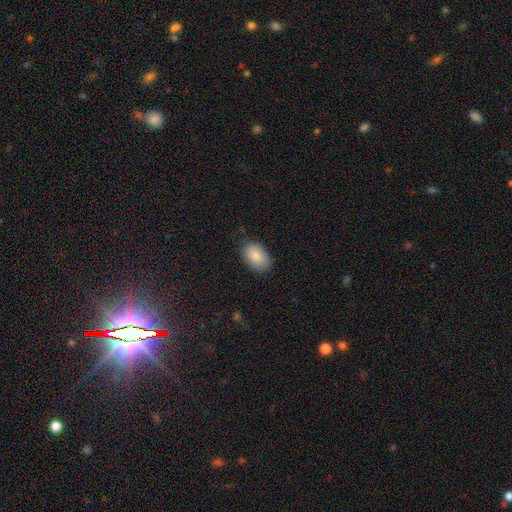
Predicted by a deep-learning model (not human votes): This is clearly a smooth galaxy (86%). How rounded: clearly in between (88%). Merging: clearly none (82%).